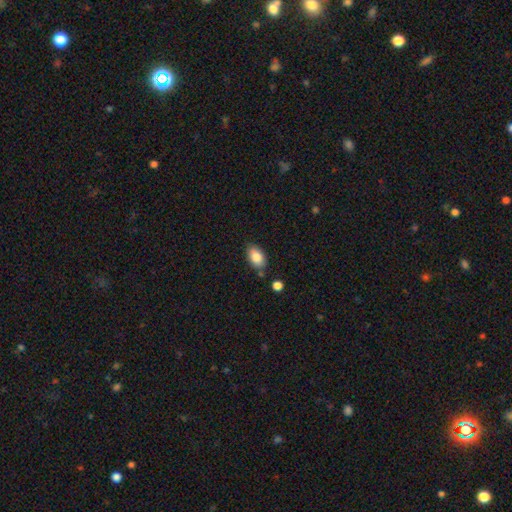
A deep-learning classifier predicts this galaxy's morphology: Smooth or featured? smooth (85%)
How rounded? in between (90%)
Merging? none (77%)